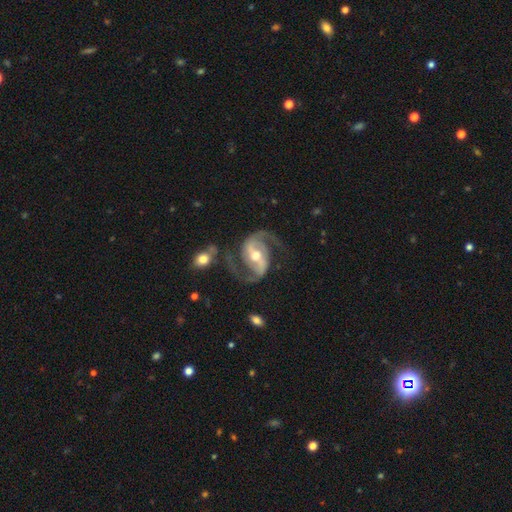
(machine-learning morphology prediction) smooth-or-featured: featured or disk: 93% | star or artifact: 4% | smooth: 4%
  disk-edge-on: no: 98% | yes: 2%
    bar: strong: 45% | weak: 36% | no: 19%
    has-spiral-arms: yes: 98% | no: 2%
      spiral-winding: medium: 60% | loose: 26% | tight: 14%
      spiral-arm-count: 2: 94% | can't tell: 2% | 1: 1% | 3: 1% | 4: 1% | more than 4: 1%
    bulge-size: moderate: 71% | small: 20% | large: 7% | none: 1% | dominant: 1%
  merging: none: 73% | minor disturbance: 14% | major disturbance: 9% | merger: 4%